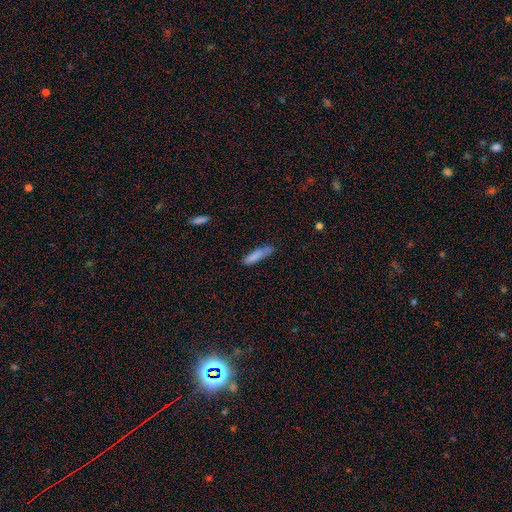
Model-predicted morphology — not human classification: Smooth or featured?
  - smooth: 82% *
  - featured or disk: 11%
  - star or artifact: 7%
How rounded?
  - cigar-shaped: 77% *
  - in between: 22%
  - round: 2%
Merging?
  - none: 66% *
  - minor disturbance: 25%
  - major disturbance: 6%
  - merger: 3%